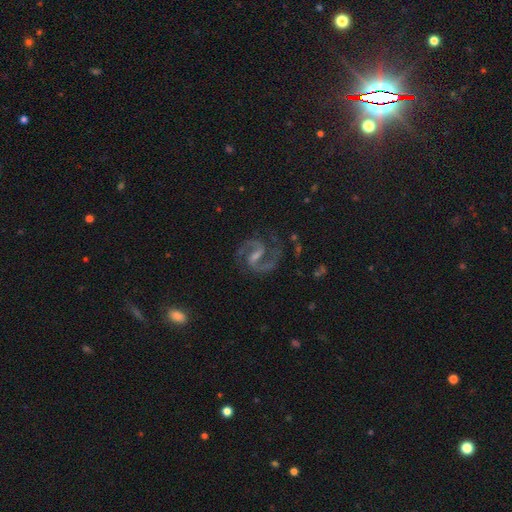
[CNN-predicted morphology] Q: Smooth or featured?
A: featured or disk (91%); runner-up: star or artifact (5%)
Q: Edge-on disk?
A: no (98%); runner-up: yes (2%)
Q: Bar?
A: weak (49%); runner-up: strong (38%)
Q: Spiral arms?
A: yes (98%); runner-up: no (2%)
Q: Spiral winding?
A: medium (66%); runner-up: loose (19%)
Q: Spiral arm count?
A: 2 (94%); runner-up: can't tell (2%)
Q: Bulge size?
A: small (45%); runner-up: none (27%)
Q: Merging?
A: none (78%); runner-up: minor disturbance (14%)